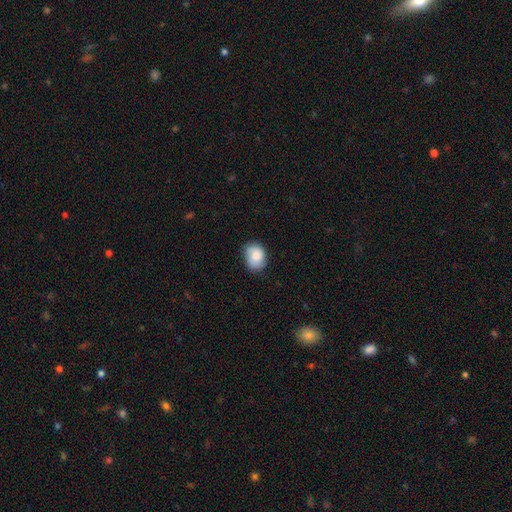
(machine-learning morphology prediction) Q: Smooth or featured?
A: smooth (83%); runner-up: featured or disk (11%)
Q: How rounded?
A: in between (63%); runner-up: round (36%)
Q: Merging?
A: none (73%); runner-up: minor disturbance (22%)